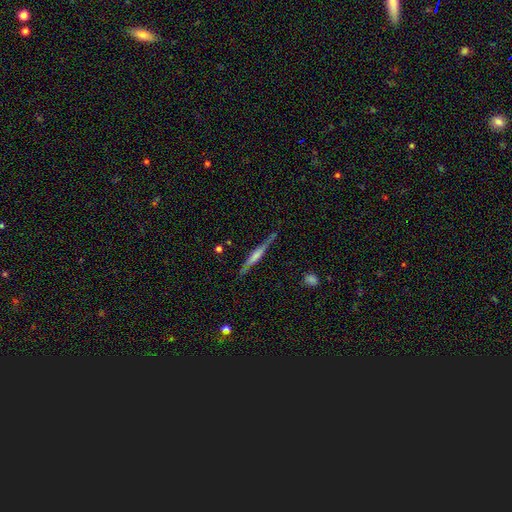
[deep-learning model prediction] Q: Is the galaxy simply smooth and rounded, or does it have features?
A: featured or disk — 65%.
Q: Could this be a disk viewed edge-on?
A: yes — 97%.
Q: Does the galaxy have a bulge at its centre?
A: rounded — 38%.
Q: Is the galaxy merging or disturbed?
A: none — 82%.